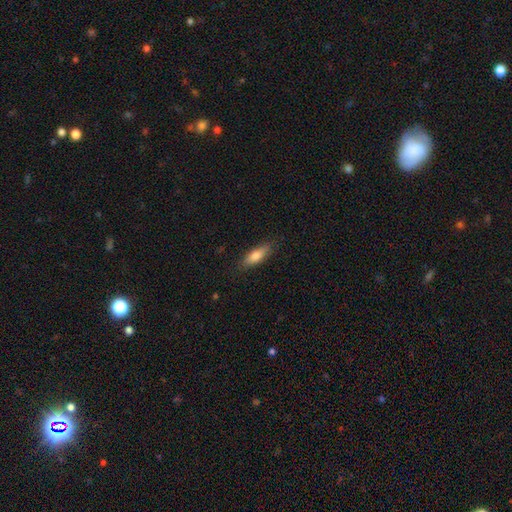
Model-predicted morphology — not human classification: Q: Smooth or featured?
A: smooth (77%); runner-up: featured or disk (17%)
Q: How rounded?
A: in between (57%); runner-up: cigar-shaped (41%)
Q: Merging?
A: none (83%); runner-up: minor disturbance (13%)